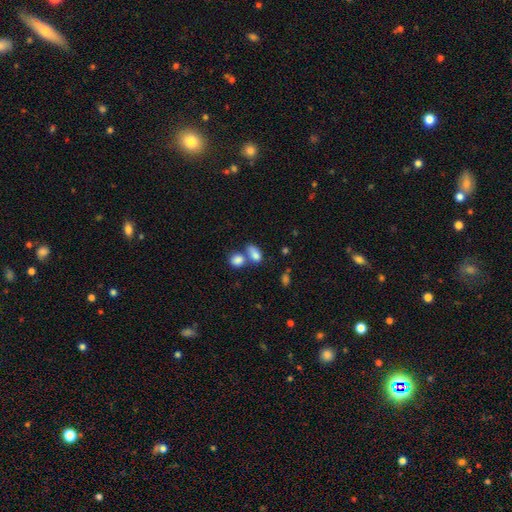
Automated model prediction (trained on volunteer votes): The model was most divided on "merging": merger: 50%, none: 33%, minor disturbance: 11%, major disturbance: 6%. More confident: smooth or featured — smooth (81%); how rounded — in between (79%).